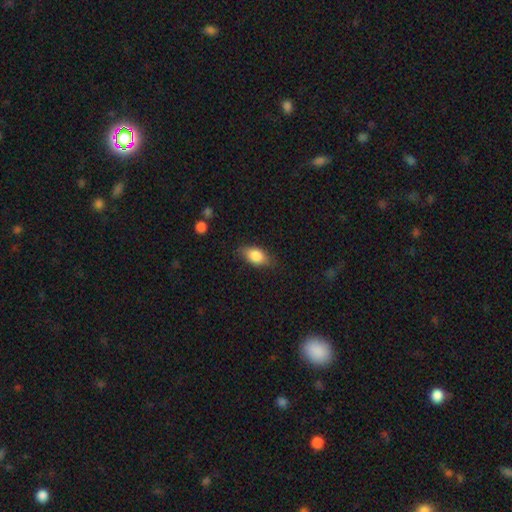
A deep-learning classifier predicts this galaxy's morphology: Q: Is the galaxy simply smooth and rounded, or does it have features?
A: smooth — 83%.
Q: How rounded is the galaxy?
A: in between — 87%.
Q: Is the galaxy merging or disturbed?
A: none — 76%.